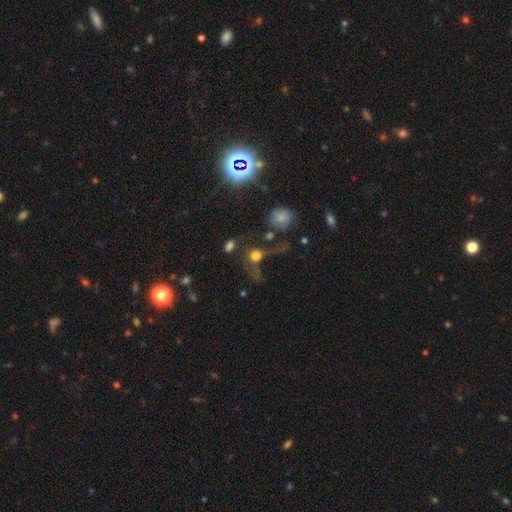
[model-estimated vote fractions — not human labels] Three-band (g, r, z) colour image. It shows a smooth galaxy with no disk features (53%) that is round (77%). Merging: none (35%).